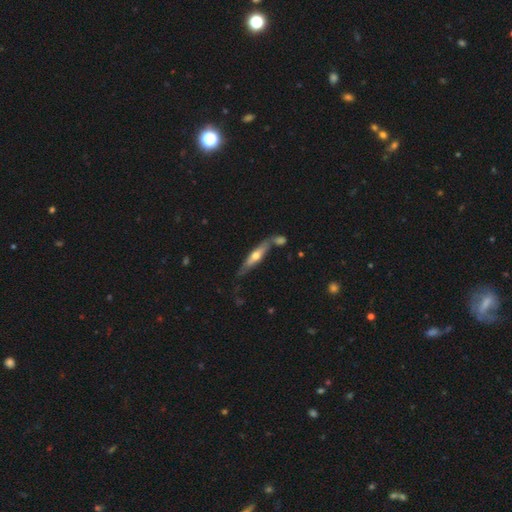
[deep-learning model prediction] This appears to be a featured or disk galaxy (57%) viewed edge-on (83%). Merging: none (56%).